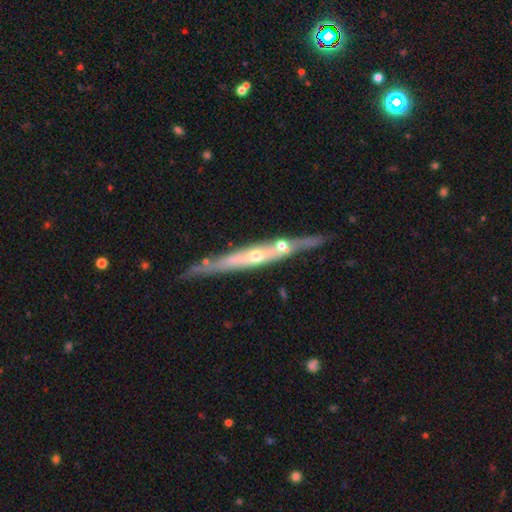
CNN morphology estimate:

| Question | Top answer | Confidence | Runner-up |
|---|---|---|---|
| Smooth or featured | featured or disk | 76% | smooth (18%) |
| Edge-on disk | yes | 90% | no (10%) |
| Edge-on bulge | rounded | 72% | none (23%) |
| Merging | none | 73% | minor disturbance (15%) |